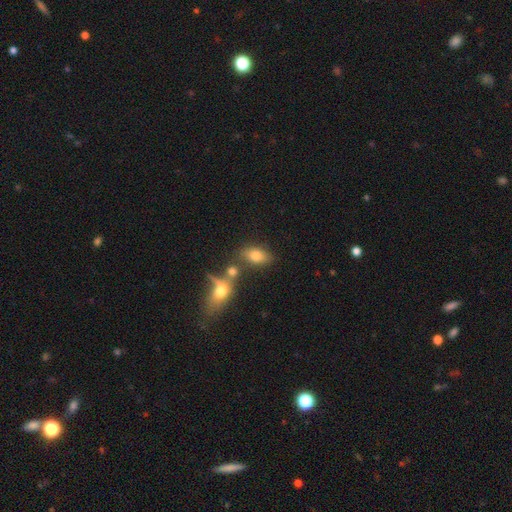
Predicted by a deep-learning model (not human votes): Smooth or featured?
  - smooth: 75% *
  - featured or disk: 14%
  - star or artifact: 10%
How rounded?
  - in between: 85% *
  - round: 10%
  - cigar-shaped: 4%
Merging?
  - none: 59% *
  - merger: 23%
  - minor disturbance: 12%
  - major disturbance: 6%